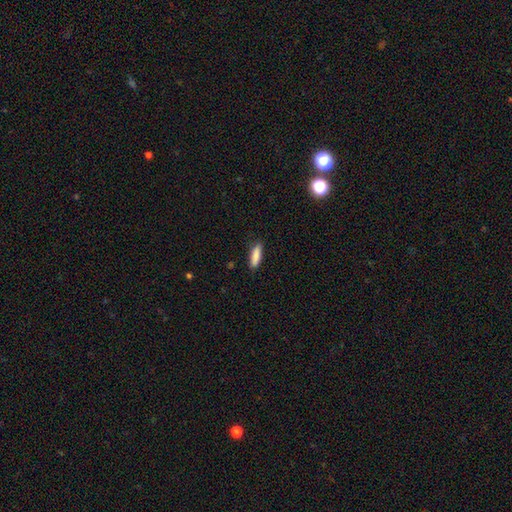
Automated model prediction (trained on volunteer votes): smooth_or_featured: smooth (p=0.86) [alt: featured or disk p=0.07]
how_rounded: cigar-shaped (p=0.59) [alt: in between p=0.40]
merging: none (p=0.86) [alt: minor disturbance p=0.11]